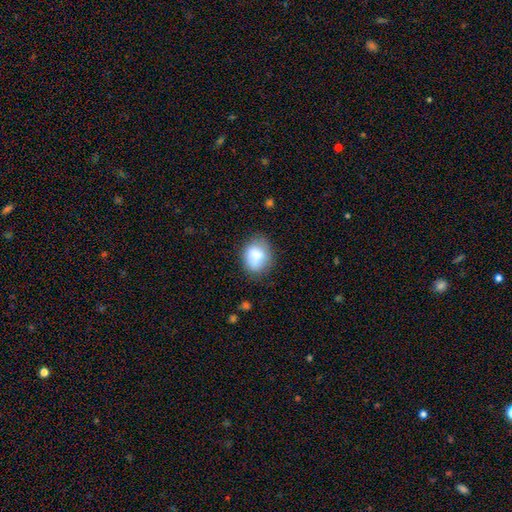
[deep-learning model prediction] smooth-or-featured: smooth: 77% | featured or disk: 15% | star or artifact: 8%
  how-rounded: in between: 57% | round: 42% | cigar-shaped: 1%
  merging: none: 60% | minor disturbance: 26% | major disturbance: 8% | merger: 6%